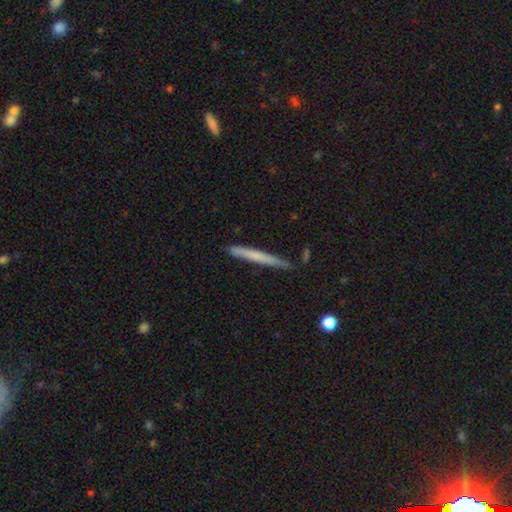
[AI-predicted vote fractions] Smooth or featured?
  - smooth: 61% *
  - featured or disk: 33%
  - star or artifact: 6%
How rounded?
  - cigar-shaped: 97% *
  - in between: 2%
  - round: 1%
Merging?
  - none: 82% *
  - minor disturbance: 13%
  - merger: 2%
  - major disturbance: 2%